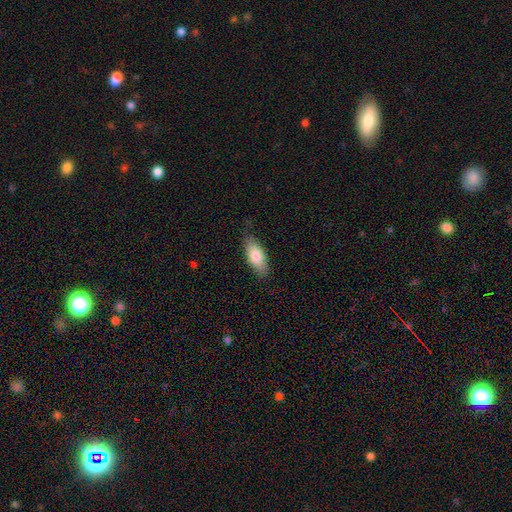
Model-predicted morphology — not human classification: smooth_or_featured: smooth (p=0.80) [alt: featured or disk p=0.14]
how_rounded: in between (p=0.82) [alt: cigar-shaped p=0.16]
merging: none (p=0.79) [alt: minor disturbance p=0.17]